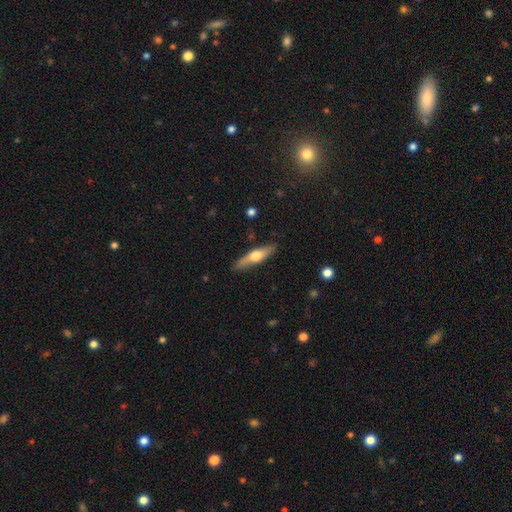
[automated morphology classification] A featured or disk galaxy (53%) viewed edge-on (93%).

Vote fractions:
- Smooth or featured? featured or disk: 53% / smooth: 42% / star or artifact: 5%
- Edge-on disk? yes: 93% / no: 7%
- Merging? none: 87% / minor disturbance: 9% / major disturbance: 2% / merger: 1%